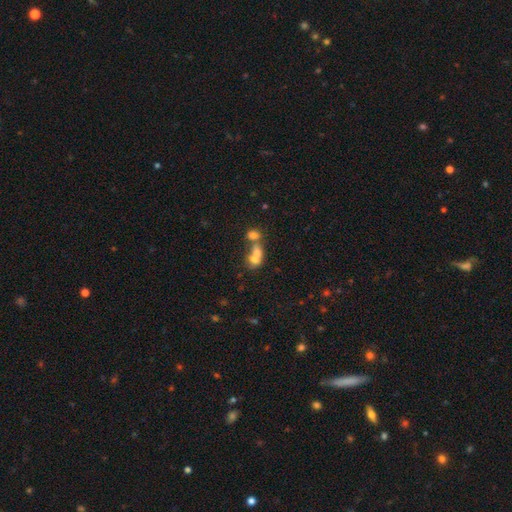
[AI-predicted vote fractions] Smooth or featured? smooth (61%)
How rounded? in between (57%)
Merging? merger (67%)